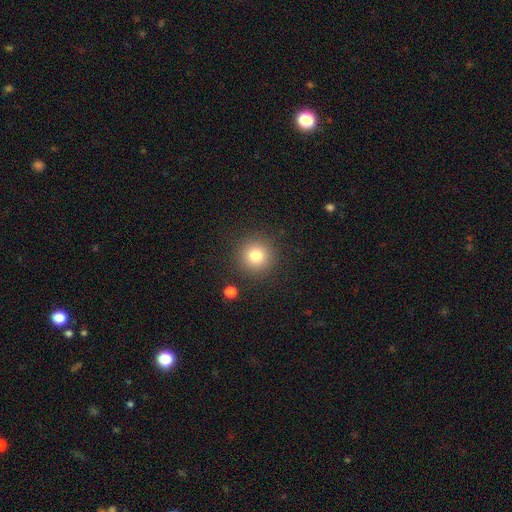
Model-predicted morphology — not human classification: Q: Smooth or featured?
A: smooth (80%); runner-up: star or artifact (12%)
Q: How rounded?
A: round (95%); runner-up: in between (4%)
Q: Merging?
A: none (89%); runner-up: minor disturbance (6%)